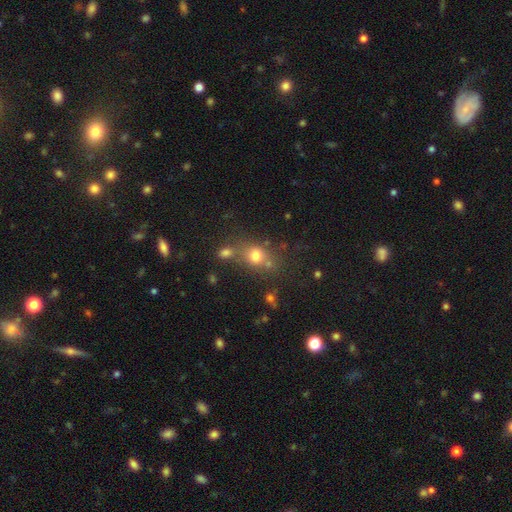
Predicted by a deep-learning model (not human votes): This is likely a smooth galaxy (72%). How rounded: likely round (60%). Merging: possibly none (57%).